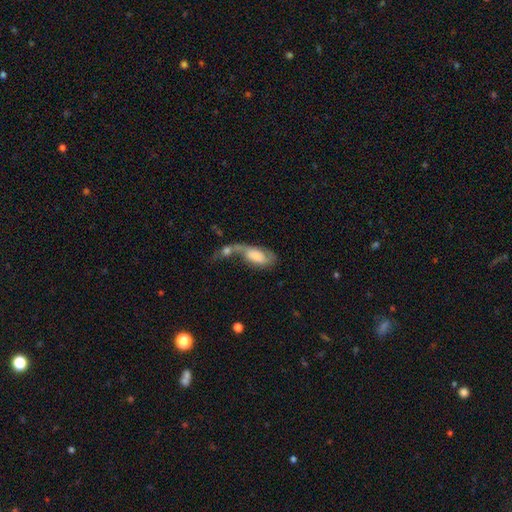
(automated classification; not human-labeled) A featured or disk galaxy (47%).

Vote fractions:
- Smooth or featured? featured or disk: 47% / smooth: 45% / star or artifact: 7%
- Merging? merger: 62% / major disturbance: 18% / none: 12% / minor disturbance: 8%